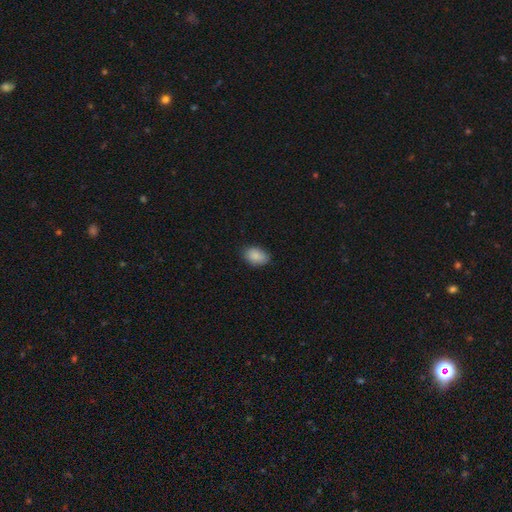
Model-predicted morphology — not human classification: This appears to be a smooth galaxy with no disk features (89%) that is in between round and cigar-shaped (84%). Merging: none (82%).